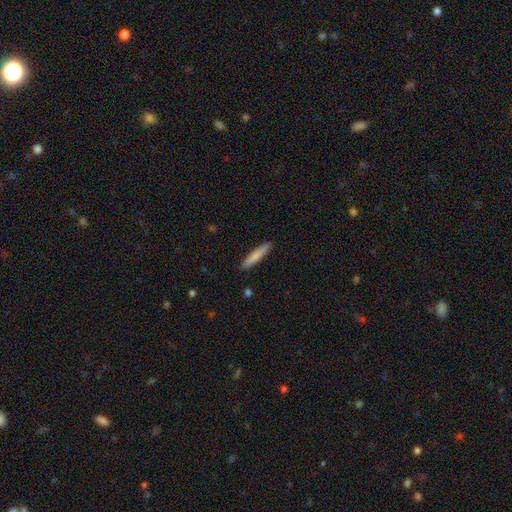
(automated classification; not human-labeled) Smooth or featured? smooth (76%)
How rounded? cigar-shaped (92%)
Merging? none (90%)